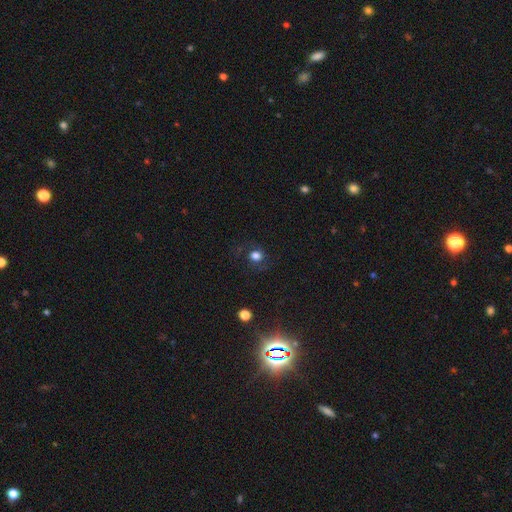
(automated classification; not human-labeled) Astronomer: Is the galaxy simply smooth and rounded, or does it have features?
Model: smooth — 67%.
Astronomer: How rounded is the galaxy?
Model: round — 78%.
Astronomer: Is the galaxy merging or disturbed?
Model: none — 73%.